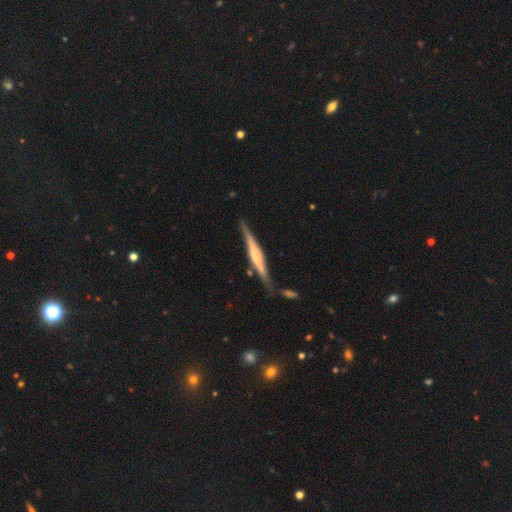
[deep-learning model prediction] Q: Smooth or featured?
A: featured or disk (69%); runner-up: smooth (25%)
Q: Edge-on disk?
A: yes (97%); runner-up: no (3%)
Q: Edge-on bulge?
A: rounded (47%); runner-up: boxy (33%)
Q: Merging?
A: none (78%); runner-up: minor disturbance (13%)